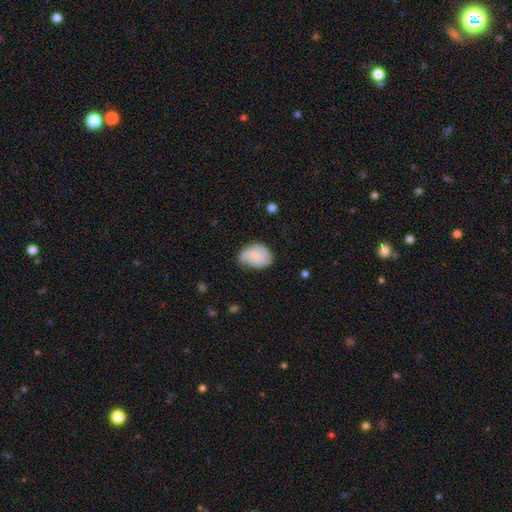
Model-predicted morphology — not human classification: Smooth or featured? Predicted: smooth (p=0.49). Merging? Predicted: none (p=0.57).